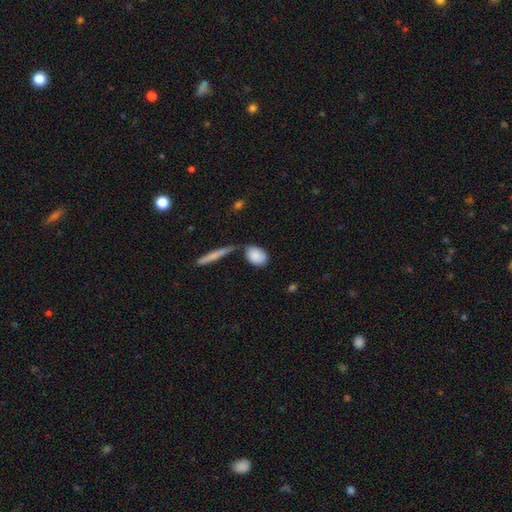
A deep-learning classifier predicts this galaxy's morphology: smooth-or-featured: smooth: 81% | featured or disk: 13% | star or artifact: 6%
  how-rounded: in between: 84% | round: 12% | cigar-shaped: 4%
  merging: none: 52% | minor disturbance: 22% | merger: 17% | major disturbance: 8%